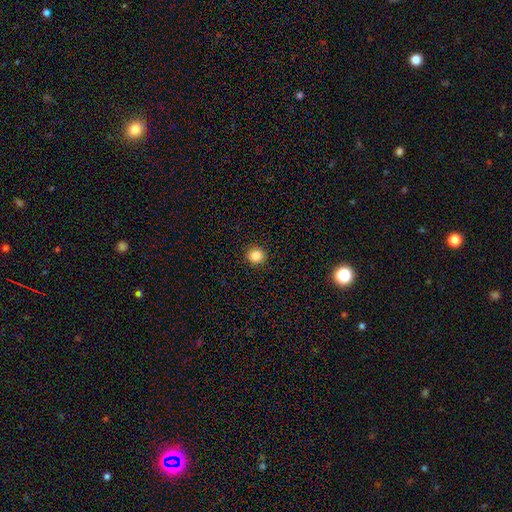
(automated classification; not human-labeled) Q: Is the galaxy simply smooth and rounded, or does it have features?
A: smooth — 85%.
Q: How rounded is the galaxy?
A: round — 93%.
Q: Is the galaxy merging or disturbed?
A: none — 93%.